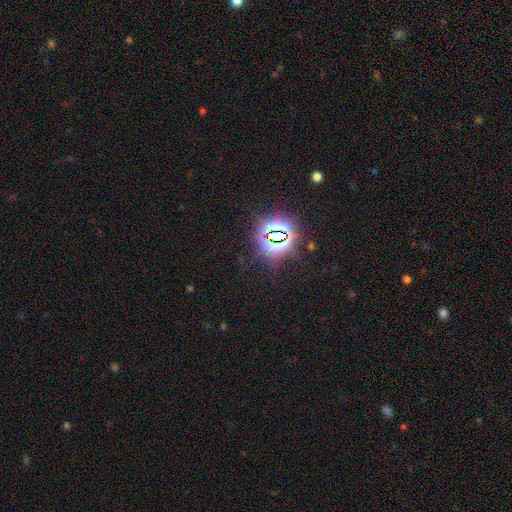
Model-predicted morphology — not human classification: This is clearly a star or artifact rather than a galaxy (84%).